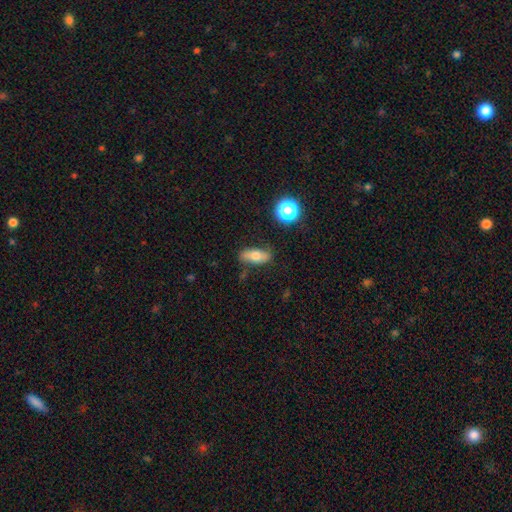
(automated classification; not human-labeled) Morphology: type=smooth (64%); roundness=in between (70%); merging=none (75%).